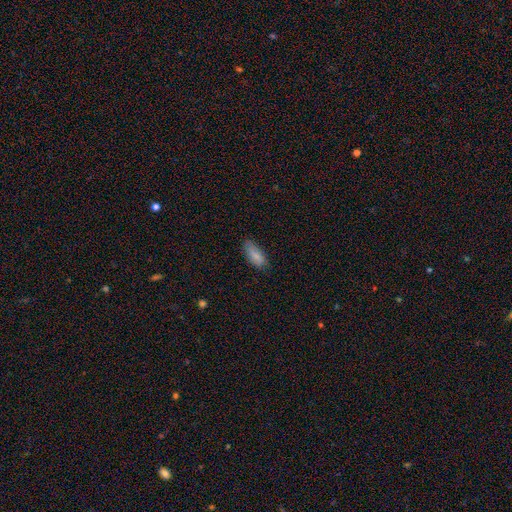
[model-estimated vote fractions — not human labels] smooth 81%, featured or disk 12%, star or artifact 7%. Down the decision tree: how rounded — in between (82%); merging — none (70%).